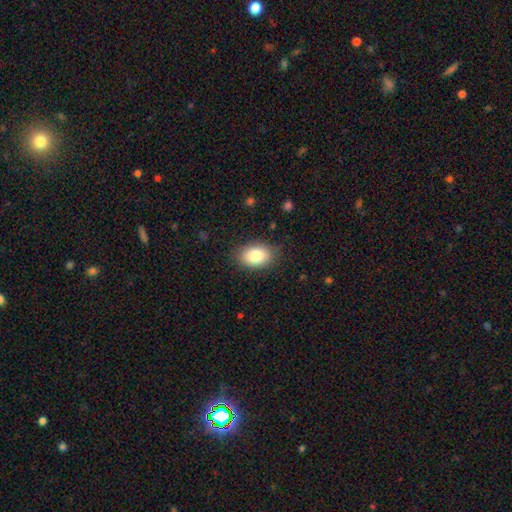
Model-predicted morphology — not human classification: A smooth galaxy with no disk features (84%) that is in between round and cigar-shaped (84%).

Vote fractions:
- Smooth or featured? smooth: 84% / featured or disk: 8% / star or artifact: 7%
- How rounded? in between: 84% / round: 15% / cigar-shaped: 1%
- Merging? none: 84% / minor disturbance: 12% / major disturbance: 3% / merger: 1%